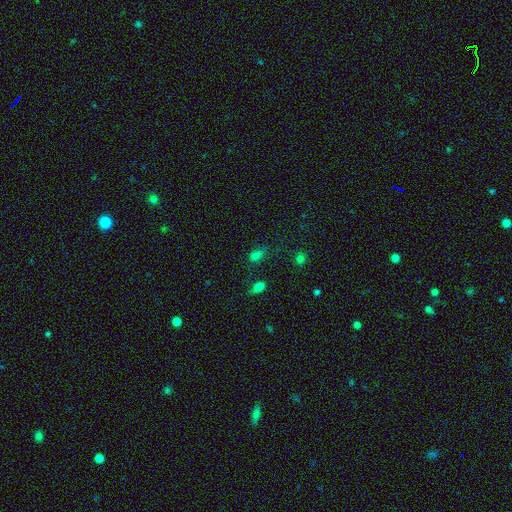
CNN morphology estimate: Overall: smooth (70%). How rounded: in between (68%). Merging: none (58%; minor disturbance 24%).